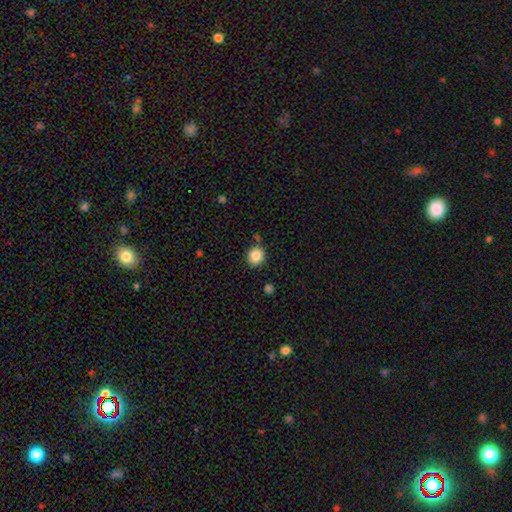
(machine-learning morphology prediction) smooth_or_featured: smooth (p=0.86) [alt: star or artifact p=0.10]
how_rounded: round (p=0.84) [alt: in between p=0.15]
merging: none (p=0.82) [alt: minor disturbance p=0.10]